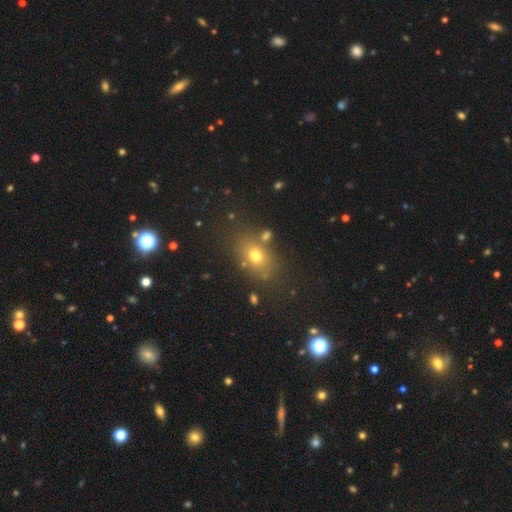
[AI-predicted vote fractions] Smooth or featured?
  - smooth: 68% *
  - star or artifact: 18%
  - featured or disk: 14%
How rounded?
  - in between: 67% *
  - round: 31%
  - cigar-shaped: 2%
Merging?
  - none: 78% *
  - minor disturbance: 11%
  - merger: 7%
  - major disturbance: 4%